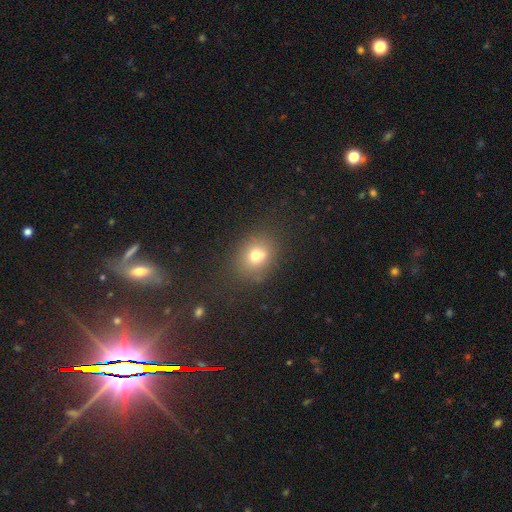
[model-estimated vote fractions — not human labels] A smooth galaxy with no disk features (72%) that is round (59%).

Vote fractions:
- Smooth or featured? smooth: 72% / star or artifact: 15% / featured or disk: 13%
- How rounded? round: 59% / in between: 40% / cigar-shaped: 1%
- Merging? none: 72% / minor disturbance: 15% / major disturbance: 7% / merger: 6%